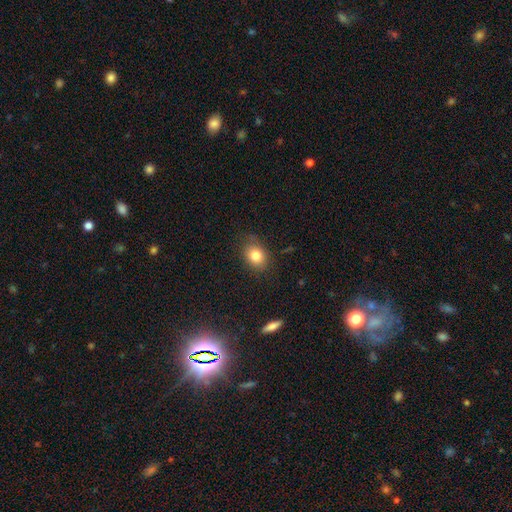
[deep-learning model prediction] Morphology: type=smooth (81%); roundness=round (50%); merging=none (79%).